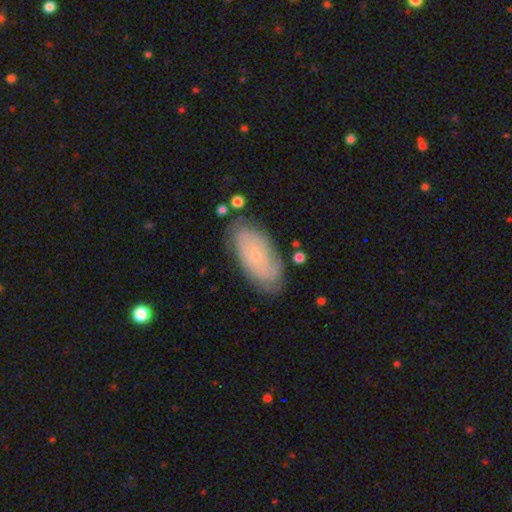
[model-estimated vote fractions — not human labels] smooth-or-featured: featured or disk: 48% | smooth: 44% | star or artifact: 7%
  merging: none: 74% | minor disturbance: 19% | major disturbance: 5% | merger: 3%